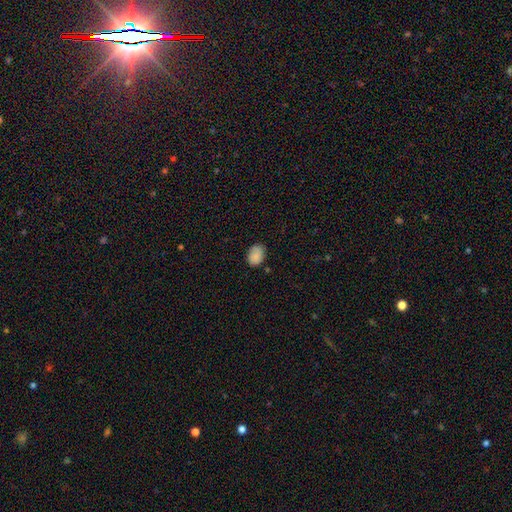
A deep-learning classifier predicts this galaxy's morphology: Q: Smooth or featured?
A: smooth (85%); runner-up: star or artifact (8%)
Q: How rounded?
A: in between (75%); runner-up: round (24%)
Q: Merging?
A: none (75%); runner-up: minor disturbance (19%)